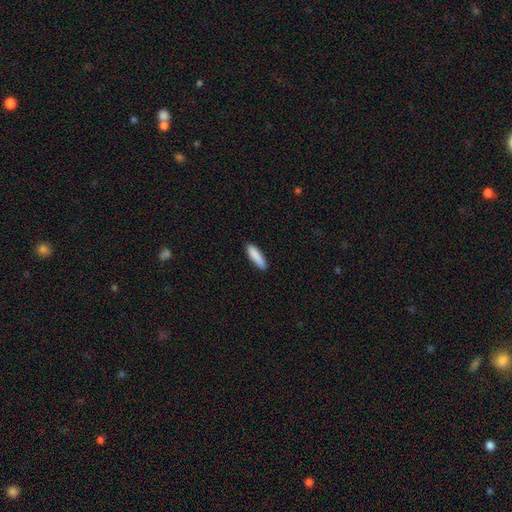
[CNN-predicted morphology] type=smooth (89%); roundness=cigar-shaped (67%); merging=none (88%).